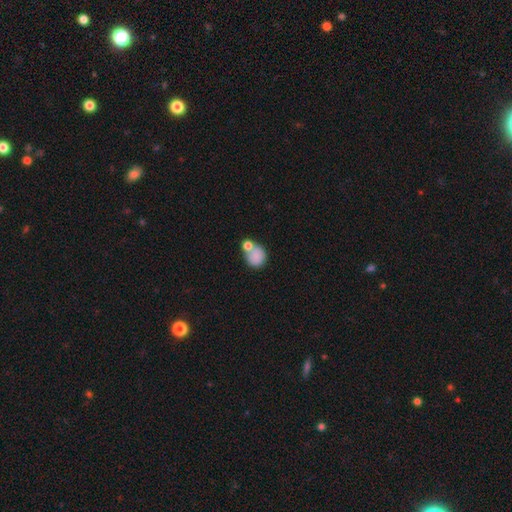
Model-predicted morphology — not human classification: type=smooth (79%); roundness=round (67%); merging=merger (41%).